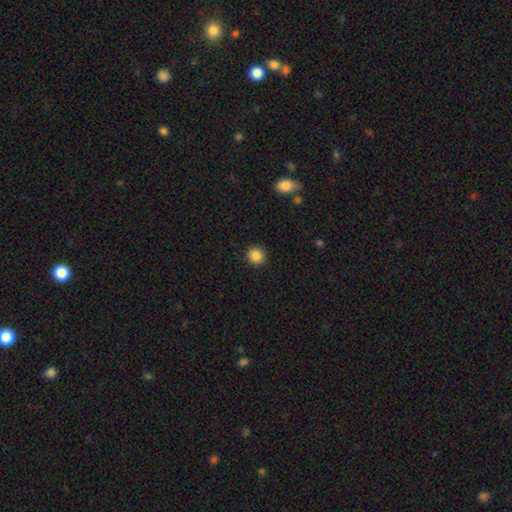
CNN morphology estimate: Smooth or featured? smooth (86%)
How rounded? round (89%)
Merging? none (91%)